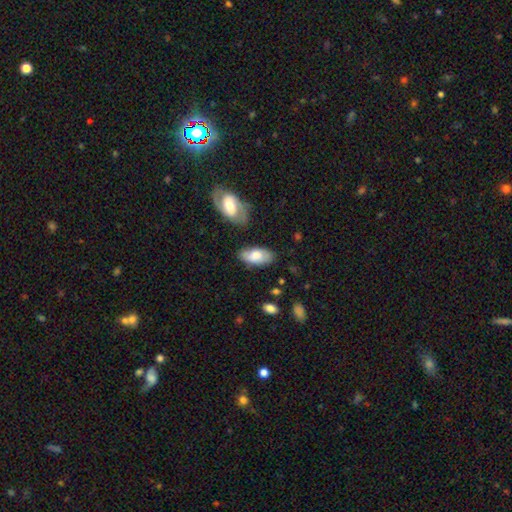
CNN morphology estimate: Smooth or featured? Predicted: smooth (p=0.69). How rounded? Predicted: in between (p=0.92). Merging? Predicted: none (p=0.69).